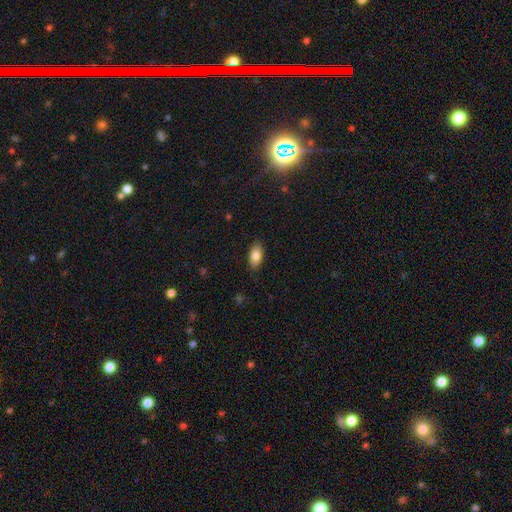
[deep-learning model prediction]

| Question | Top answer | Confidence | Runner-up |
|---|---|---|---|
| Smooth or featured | smooth | 83% | featured or disk (9%) |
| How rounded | in between | 90% | cigar-shaped (6%) |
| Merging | none | 88% | minor disturbance (9%) |